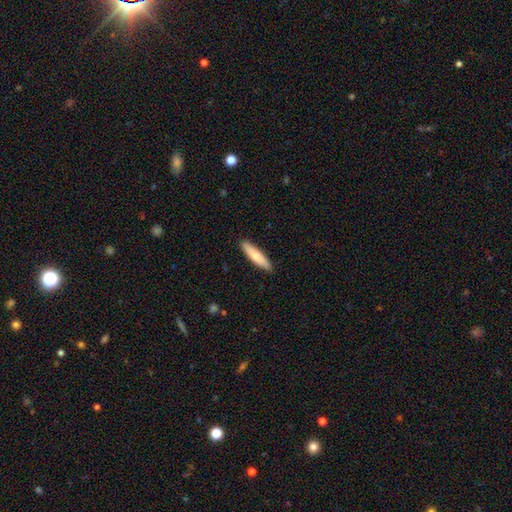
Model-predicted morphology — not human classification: Smooth or featured: smooth — 74% (featured or disk — 20%)
How rounded: cigar-shaped — 80% (in between — 19%)
Merging: none — 89% (minor disturbance — 8%)